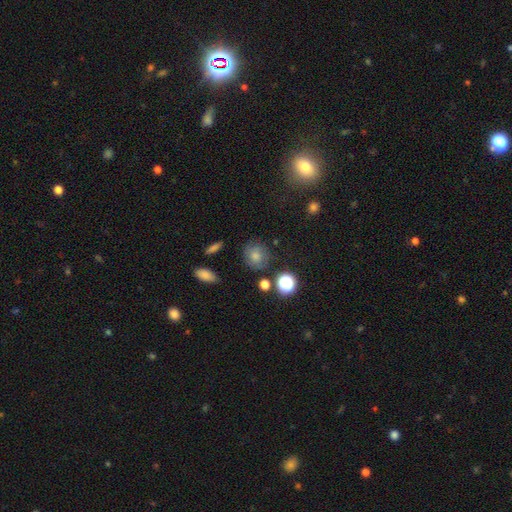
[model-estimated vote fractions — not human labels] smooth-or-featured: smooth: 68% | star or artifact: 16% | featured or disk: 16%
  how-rounded: round: 80% | in between: 19% | cigar-shaped: 1%
  merging: none: 75% | minor disturbance: 16% | major disturbance: 6% | merger: 4%